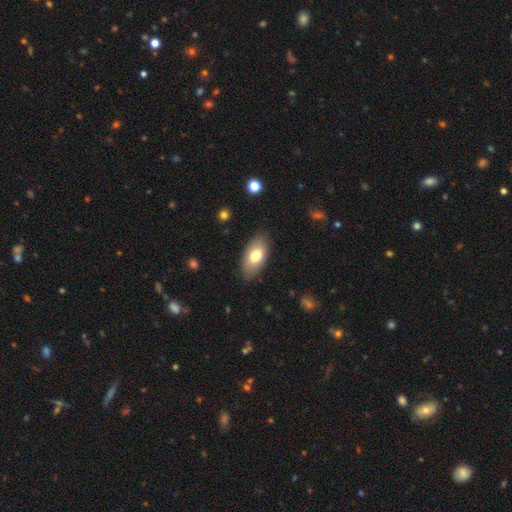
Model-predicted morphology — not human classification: smooth 73%, featured or disk 20%, star or artifact 6%. Down the decision tree: how rounded — in between (93%); merging — none (84%).